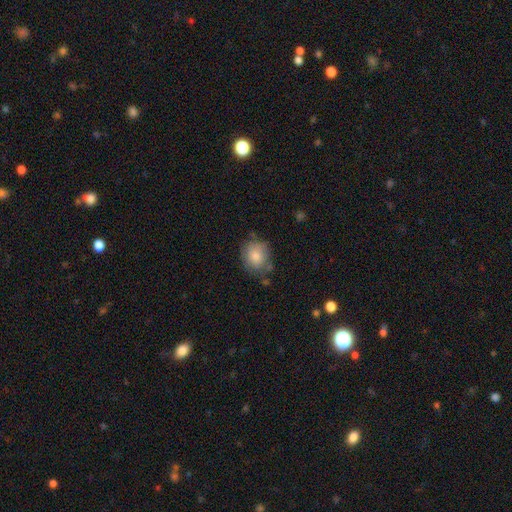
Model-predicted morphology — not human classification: Q: Smooth or featured?
A: smooth (79%); runner-up: featured or disk (13%)
Q: How rounded?
A: round (66%); runner-up: in between (33%)
Q: Merging?
A: none (62%); runner-up: minor disturbance (26%)